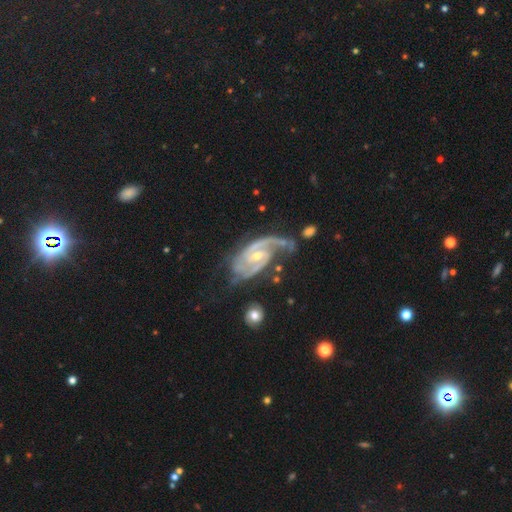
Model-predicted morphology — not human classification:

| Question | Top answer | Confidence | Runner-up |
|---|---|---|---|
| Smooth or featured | featured or disk | 92% | star or artifact (5%) |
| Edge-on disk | no | 97% | yes (3%) |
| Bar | no | 43% | weak (42%) |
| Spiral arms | yes | 98% | no (2%) |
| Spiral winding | medium | 47% | tight (40%) |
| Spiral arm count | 2 | 69% | 3 (12%) |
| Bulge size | small | 58% | moderate (38%) |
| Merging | none | 48% | minor disturbance (25%) |